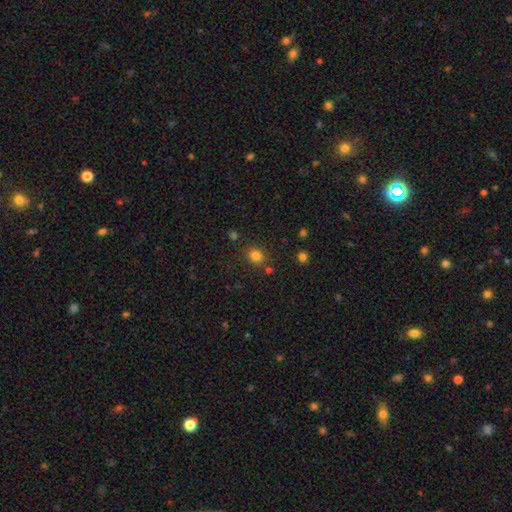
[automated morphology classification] Smooth or featured? smooth (80%)
How rounded? round (72%)
Merging? none (79%)